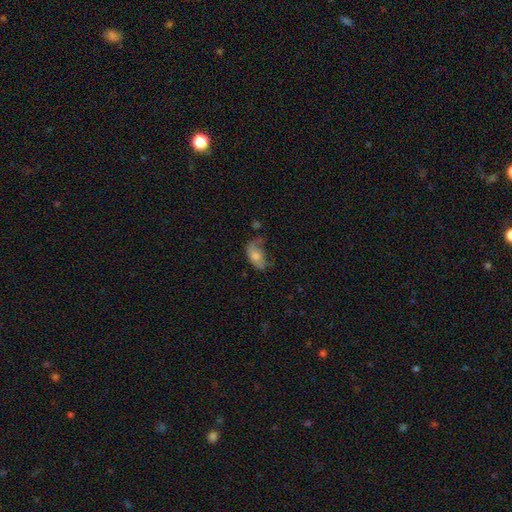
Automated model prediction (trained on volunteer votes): Smooth or featured? Predicted: smooth (p=0.68). How rounded? Predicted: in between (p=0.91). Merging? Predicted: minor disturbance (p=0.33).